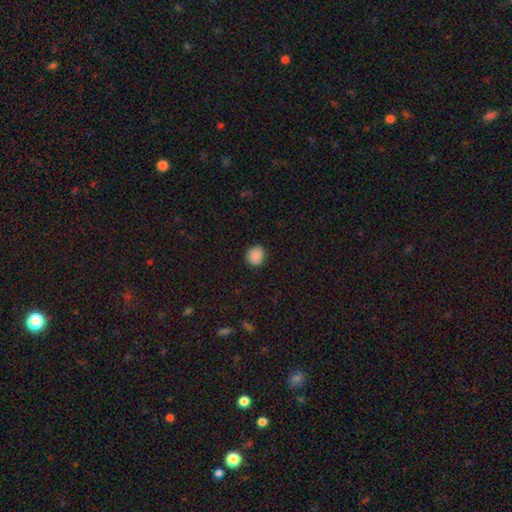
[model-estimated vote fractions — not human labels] A smooth galaxy with no disk features (89%) that is round (84%). Merging: none (89%).